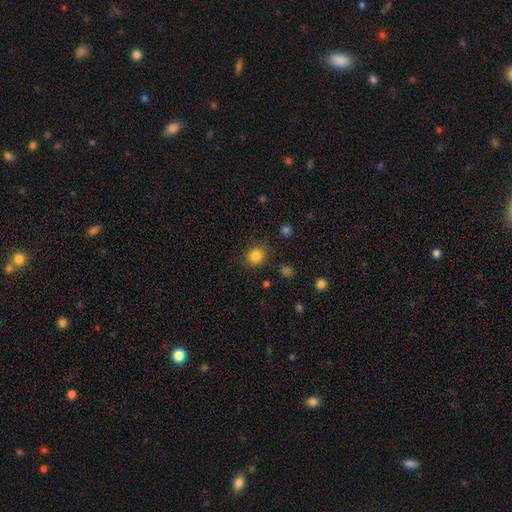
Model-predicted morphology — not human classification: Overall: smooth (83%). How rounded: round (82%). Merging: none (84%).